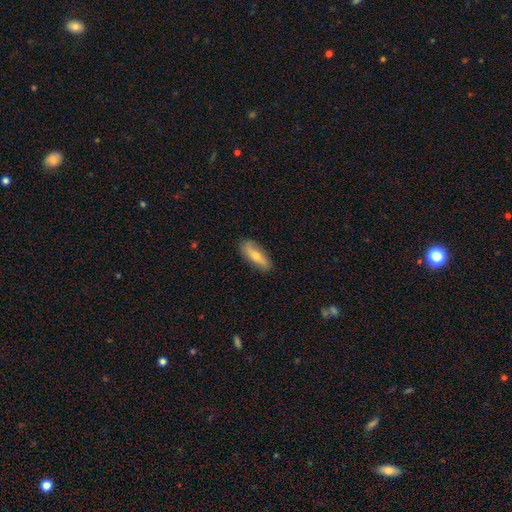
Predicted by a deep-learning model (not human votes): Smooth or featured?
  - smooth: 55% *
  - featured or disk: 39%
  - star or artifact: 7%
How rounded?
  - in between: 55% *
  - cigar-shaped: 42%
  - round: 3%
Merging?
  - none: 83% *
  - minor disturbance: 13%
  - major disturbance: 2%
  - merger: 1%